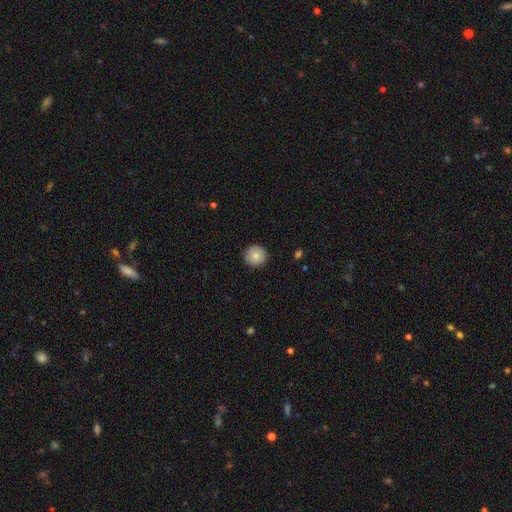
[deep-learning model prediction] smooth_or_featured: smooth (p=0.83) [alt: featured or disk p=0.09]
how_rounded: round (p=0.95) [alt: in between p=0.04]
merging: none (p=0.92) [alt: minor disturbance p=0.06]